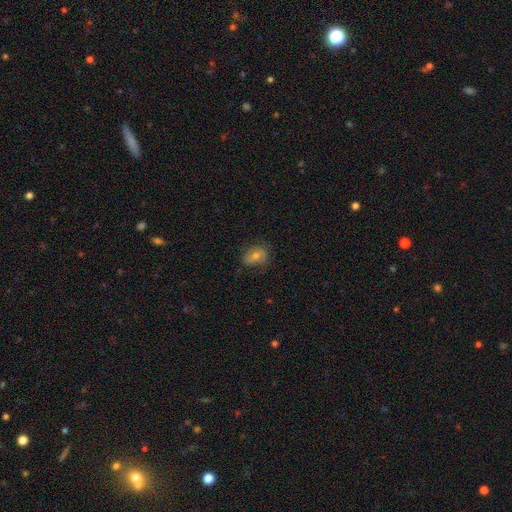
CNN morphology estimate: This is possibly a smooth galaxy (52%). How rounded: possibly in between (56%). Merging: likely none (68%).